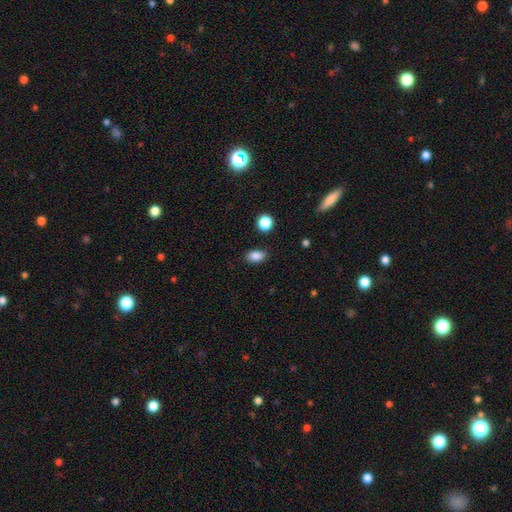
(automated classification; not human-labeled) This is clearly a smooth galaxy (86%). How rounded: clearly in between (84%). Merging: clearly none (84%).